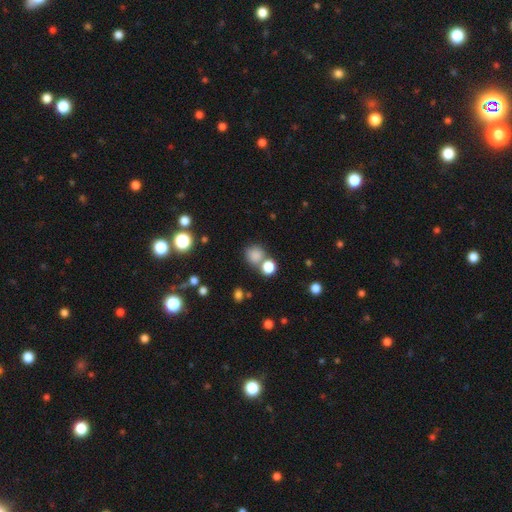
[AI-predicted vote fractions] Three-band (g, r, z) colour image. It shows a smooth galaxy with no disk features (80%) that is round (86%). Merging: none (62%).